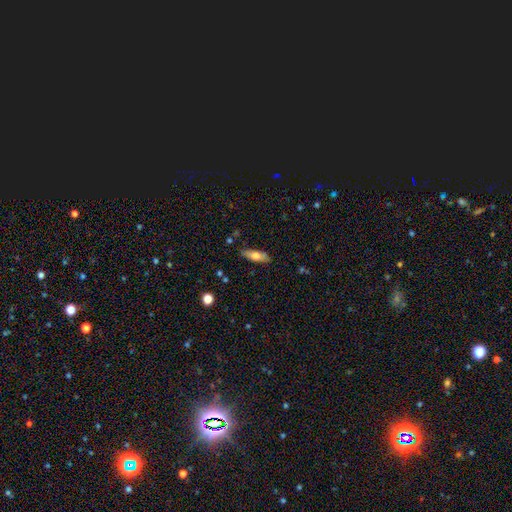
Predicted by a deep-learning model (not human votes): Morphology: type=smooth (67%); roundness=in between (54%); merging=none (83%).